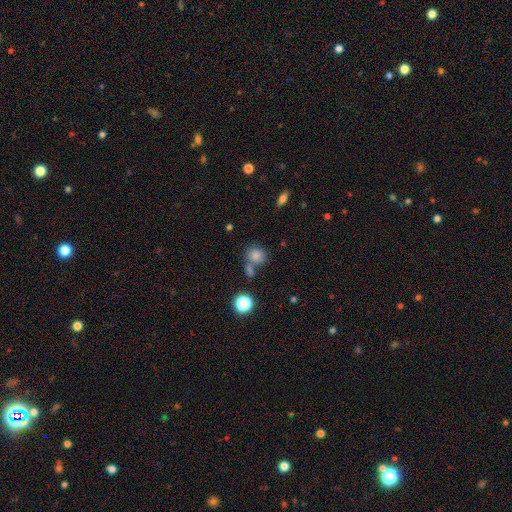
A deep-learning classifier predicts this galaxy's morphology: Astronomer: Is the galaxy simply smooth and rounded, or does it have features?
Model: smooth — 80%.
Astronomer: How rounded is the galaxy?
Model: round — 78%.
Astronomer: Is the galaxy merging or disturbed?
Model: none — 55%.